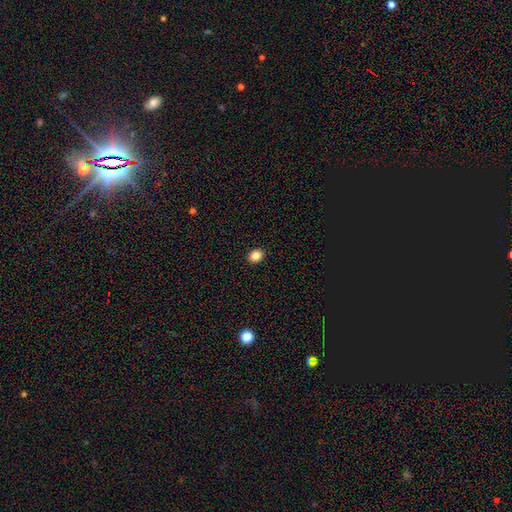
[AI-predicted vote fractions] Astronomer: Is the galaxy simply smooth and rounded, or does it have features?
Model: smooth — 84%.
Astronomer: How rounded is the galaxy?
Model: round — 50% (runner-up: in between, 49%).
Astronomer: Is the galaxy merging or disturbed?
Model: none — 92%.